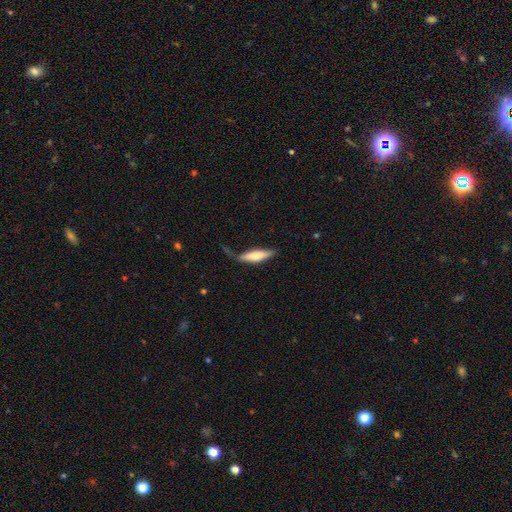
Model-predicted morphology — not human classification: smooth-or-featured: smooth: 61% | featured or disk: 33% | star or artifact: 6%
  how-rounded: cigar-shaped: 67% | in between: 31% | round: 2%
  merging: none: 54% | minor disturbance: 29% | major disturbance: 13% | merger: 4%